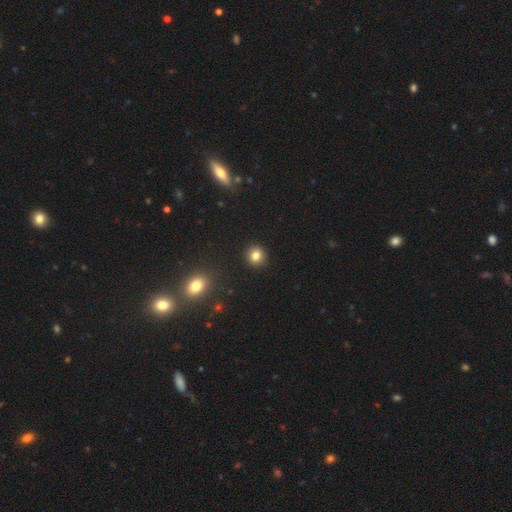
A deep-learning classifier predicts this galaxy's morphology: This is clearly a smooth galaxy (82%). How rounded: clearly round (90%). Merging: clearly none (92%).